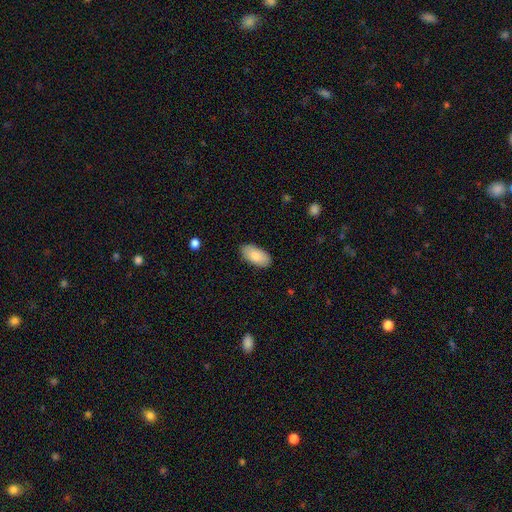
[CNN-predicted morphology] A smooth galaxy with no disk features (87%) that is in between round and cigar-shaped (94%). Merging: none (87%).